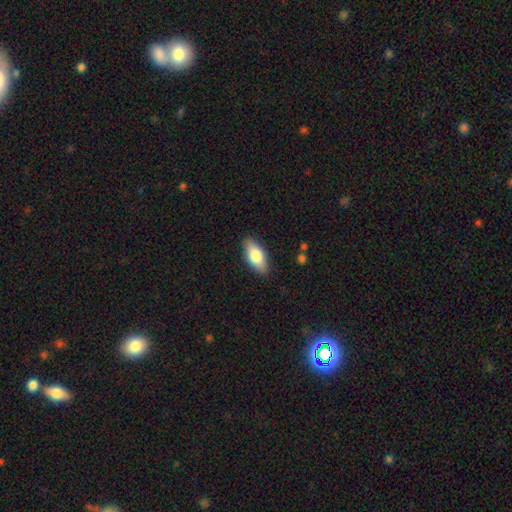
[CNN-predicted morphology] type=smooth (76%); roundness=in between (85%); merging=none (87%).